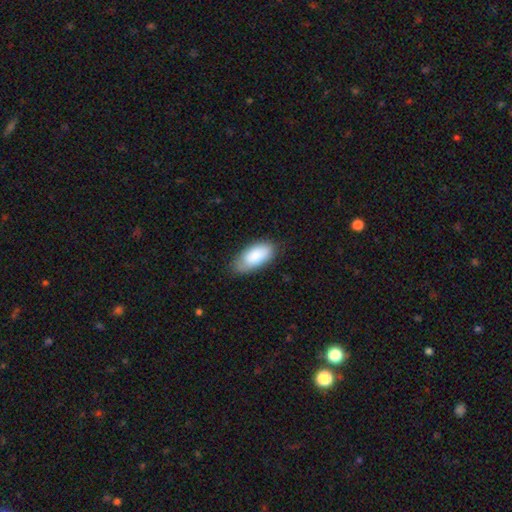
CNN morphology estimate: This is clearly a smooth galaxy (84%). How rounded: clearly in between (92%). Merging: likely none (73%).